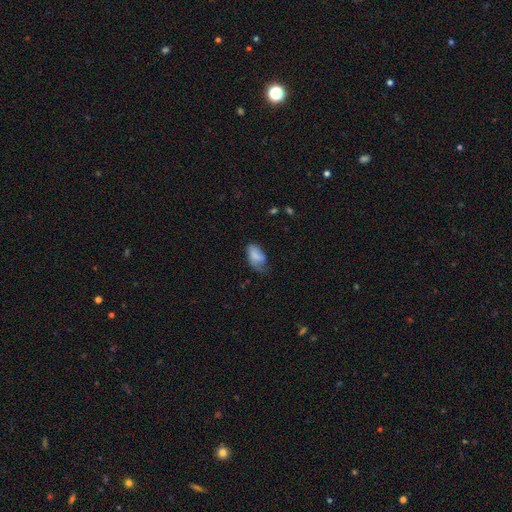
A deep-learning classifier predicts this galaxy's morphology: smooth_or_featured: smooth (p=0.73) [alt: featured or disk p=0.19]
how_rounded: in between (p=0.92) [alt: round p=0.05]
merging: minor disturbance (p=0.39) [tied with: none p=0.39]